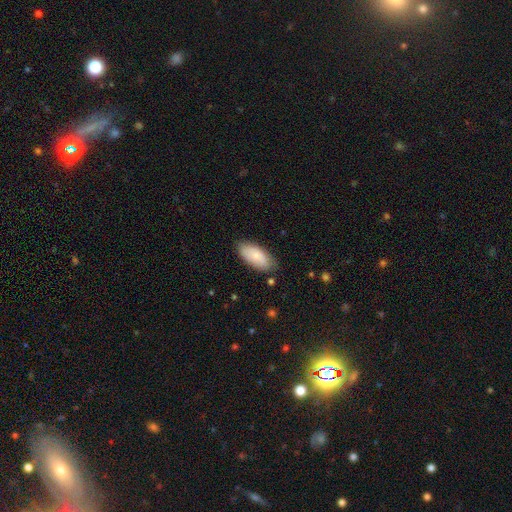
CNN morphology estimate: The model was most divided on "smooth or featured": smooth: 78%, featured or disk: 16%, star or artifact: 6%. More confident: how rounded — in between (91%); merging — none (80%).